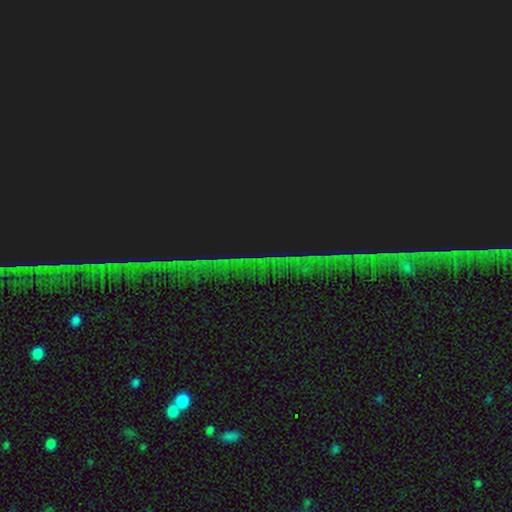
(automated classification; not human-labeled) smooth-or-featured: star or artifact: 86% | featured or disk: 7% | smooth: 7%